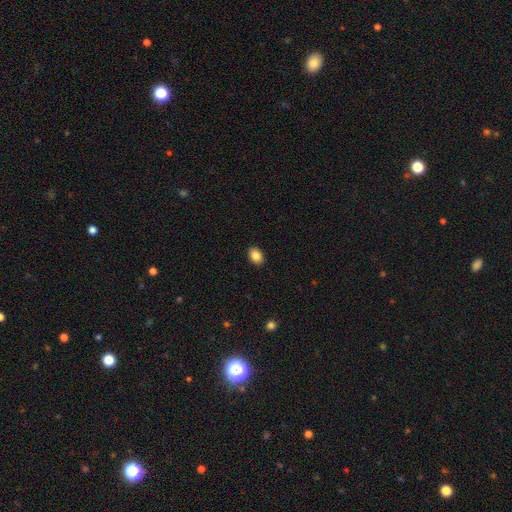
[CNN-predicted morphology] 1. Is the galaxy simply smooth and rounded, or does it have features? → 85% smooth, 9% star or artifact, 6% featured or disk.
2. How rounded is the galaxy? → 70% in between, 29% round, 1% cigar-shaped.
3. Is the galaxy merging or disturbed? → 91% none, 7% minor disturbance, 2% major disturbance, 1% merger.